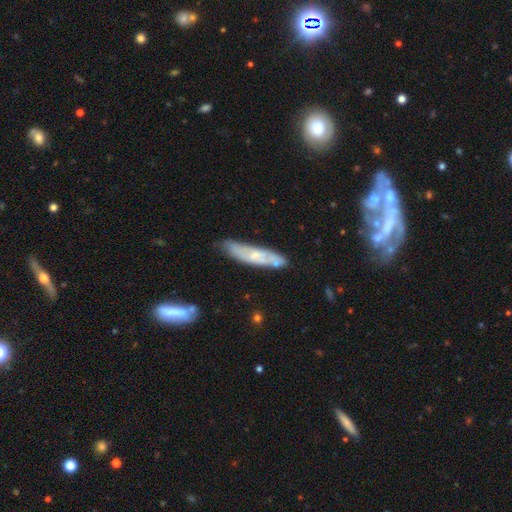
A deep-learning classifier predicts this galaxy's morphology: A featured or disk galaxy (50%). Merging: none (67%).